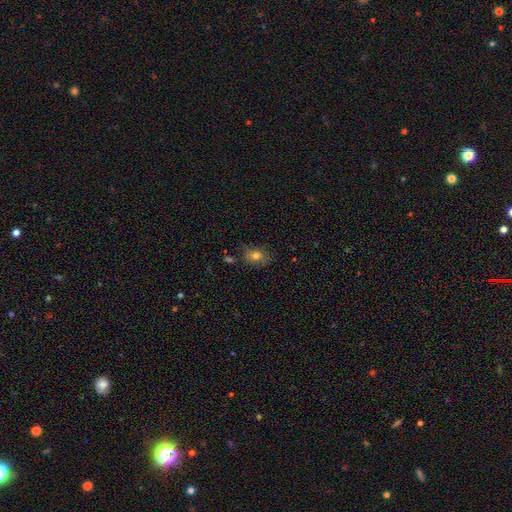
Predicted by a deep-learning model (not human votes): smooth-or-featured: smooth: 77% | star or artifact: 12% | featured or disk: 11%
  how-rounded: in between: 67% | round: 32% | cigar-shaped: 2%
  merging: none: 73% | minor disturbance: 19% | major disturbance: 5% | merger: 3%